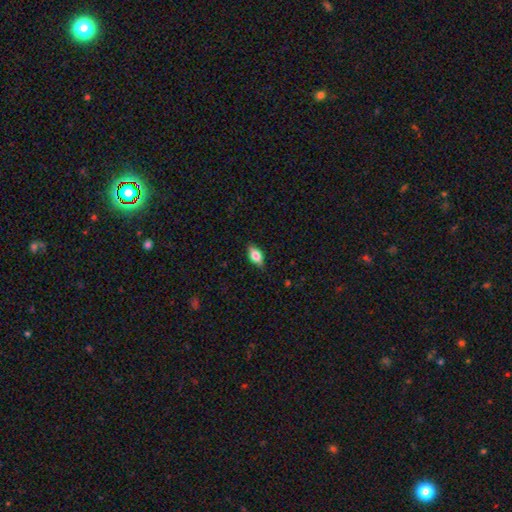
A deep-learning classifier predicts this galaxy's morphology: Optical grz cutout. It shows a smooth galaxy with no disk features (71%) that is in between round and cigar-shaped (85%). Merging: none (82%).